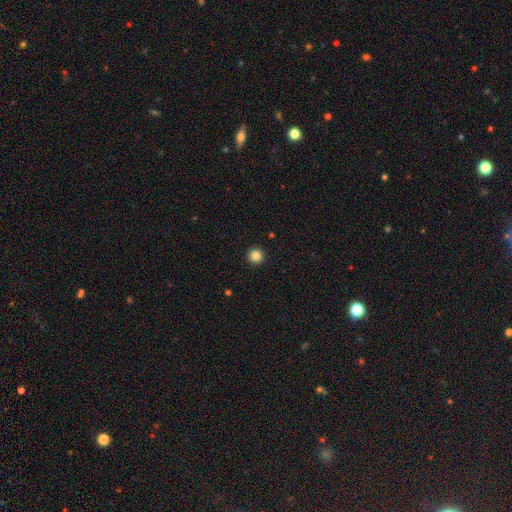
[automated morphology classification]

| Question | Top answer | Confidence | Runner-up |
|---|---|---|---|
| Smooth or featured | smooth | 85% | star or artifact (11%) |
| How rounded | round | 96% | in between (3%) |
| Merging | none | 94% | minor disturbance (4%) |